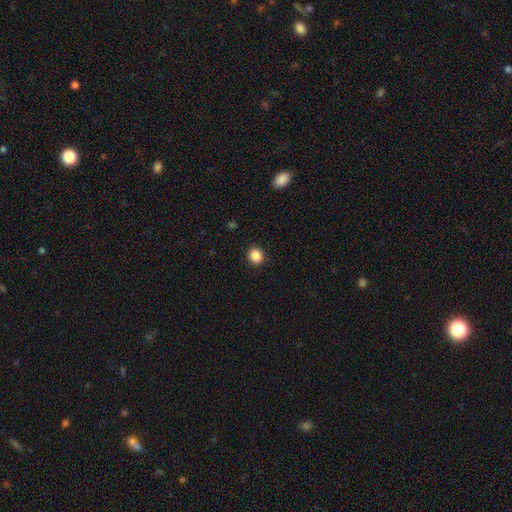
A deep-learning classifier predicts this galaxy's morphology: smooth-or-featured: smooth: 87% | star or artifact: 10% | featured or disk: 3%
  how-rounded: round: 89% | in between: 10% | cigar-shaped: 1%
  merging: none: 92% | minor disturbance: 5% | major disturbance: 2% | merger: 1%